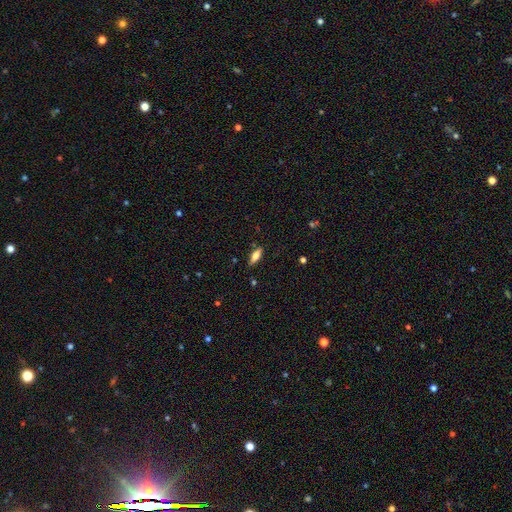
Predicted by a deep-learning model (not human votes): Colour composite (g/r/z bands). It shows a smooth galaxy with no disk features (66%) that is in between round and cigar-shaped (64%). Merging: none (84%).